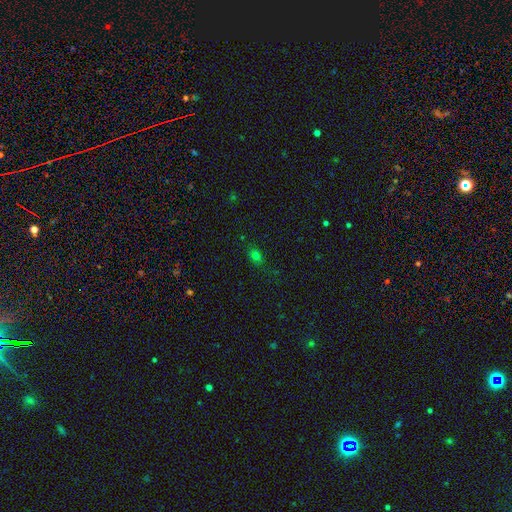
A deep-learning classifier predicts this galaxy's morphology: Smooth or featured?
  - smooth: 73% *
  - star or artifact: 21%
  - featured or disk: 7%
How rounded?
  - in between: 59% *
  - round: 39%
  - cigar-shaped: 2%
Merging?
  - none: 81% *
  - minor disturbance: 14%
  - major disturbance: 3%
  - merger: 2%